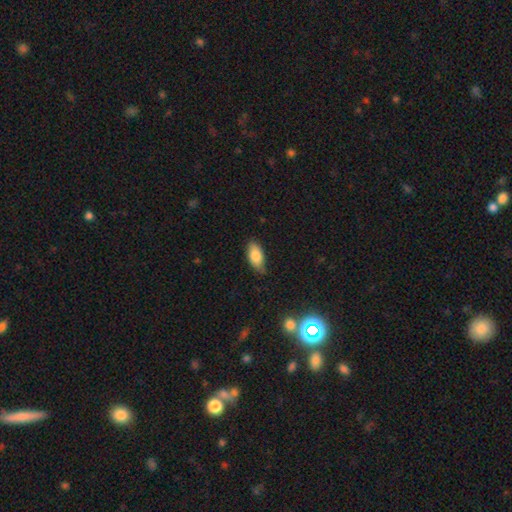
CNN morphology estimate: smooth-or-featured: smooth: 82% | featured or disk: 11% | star or artifact: 7%
  how-rounded: in between: 90% | cigar-shaped: 7% | round: 3%
  merging: none: 80% | minor disturbance: 17% | major disturbance: 3% | merger: 1%